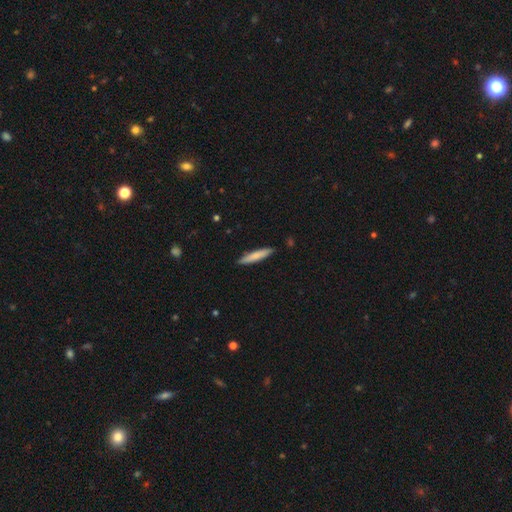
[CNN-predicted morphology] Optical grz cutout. It shows a smooth galaxy with no disk features (77%) that is cigar-shaped (90%). Merging: none (89%).